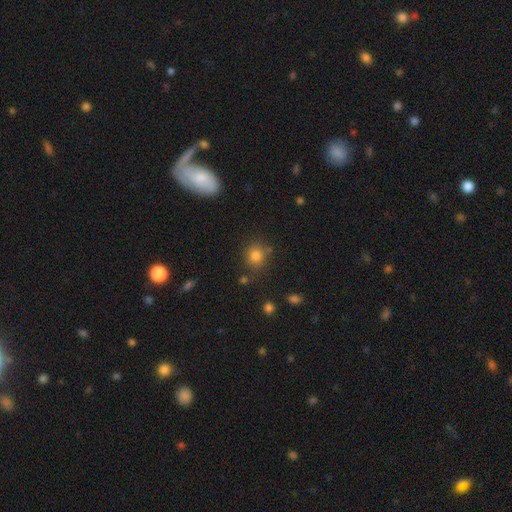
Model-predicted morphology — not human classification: smooth 81%, star or artifact 13%, featured or disk 6%. Down the decision tree: how rounded — round (84%); merging — none (76%).